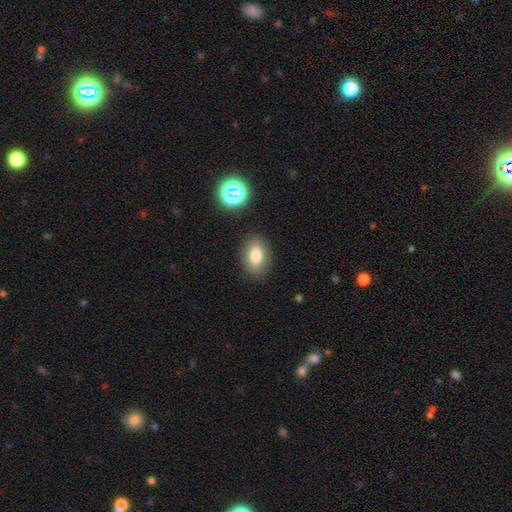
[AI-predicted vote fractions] Smooth or featured?
  - smooth: 76% *
  - featured or disk: 14%
  - star or artifact: 10%
How rounded?
  - in between: 86% *
  - round: 12%
  - cigar-shaped: 2%
Merging?
  - none: 84% *
  - minor disturbance: 10%
  - major disturbance: 3%
  - merger: 2%